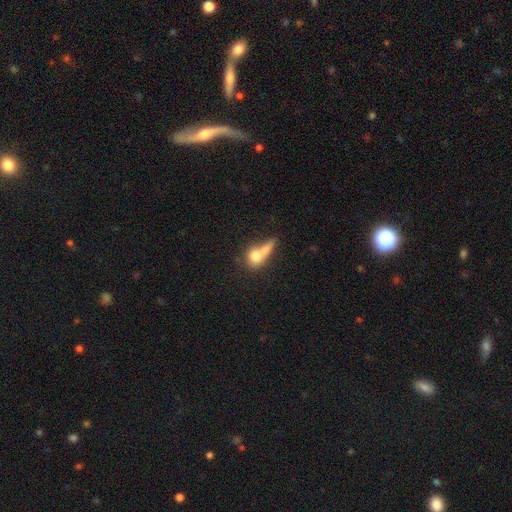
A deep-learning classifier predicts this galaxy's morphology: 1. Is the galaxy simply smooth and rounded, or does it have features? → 70% smooth, 21% featured or disk, 9% star or artifact.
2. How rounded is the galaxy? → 57% round, 35% in between, 9% cigar-shaped.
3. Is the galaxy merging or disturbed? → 58% merger, 23% none, 10% minor disturbance, 10% major disturbance.